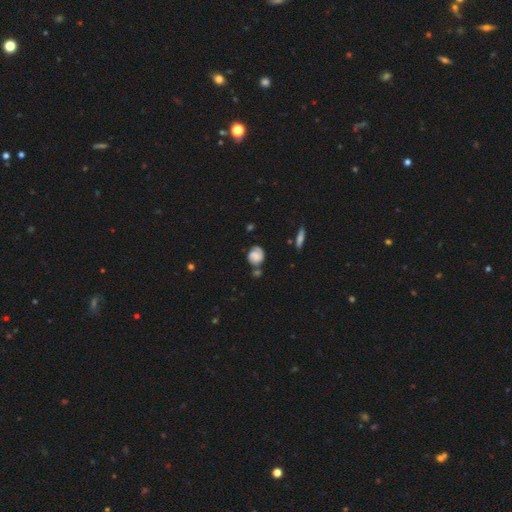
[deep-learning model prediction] A smooth galaxy with no disk features (46%).

Vote fractions:
- Smooth or featured? smooth: 46% / featured or disk: 45% / star or artifact: 9%
- Merging? none: 55% / minor disturbance: 23% / merger: 14% / major disturbance: 9%